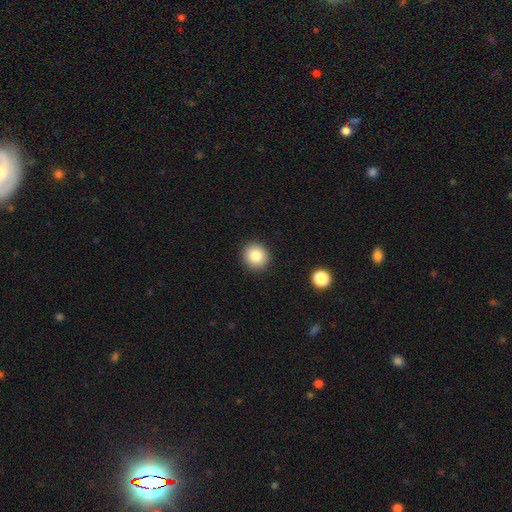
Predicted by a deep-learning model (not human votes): A smooth galaxy with no disk features (84%) that is round (90%). Merging: none (92%).